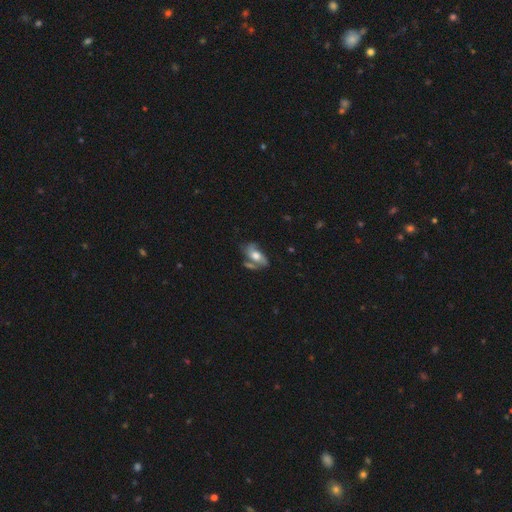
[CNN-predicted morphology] smooth_or_featured: featured or disk (p=0.46) [alt: smooth p=0.45]
merging: none (p=0.41) [alt: merger p=0.23]